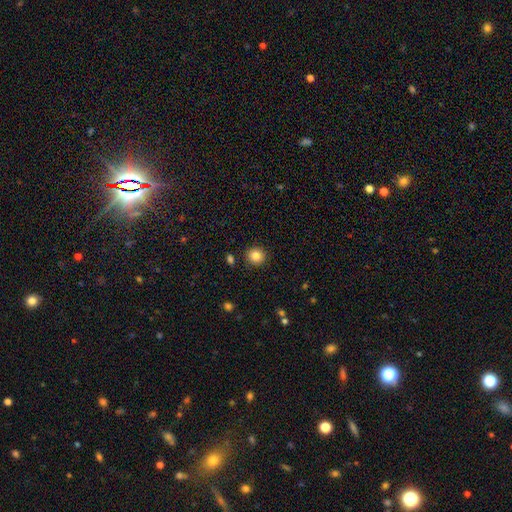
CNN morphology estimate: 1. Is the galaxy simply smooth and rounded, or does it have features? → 84% smooth, 11% star or artifact, 5% featured or disk.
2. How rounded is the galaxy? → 90% round, 9% in between, 1% cigar-shaped.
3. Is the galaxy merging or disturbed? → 91% none, 6% minor disturbance, 2% major disturbance, 2% merger.